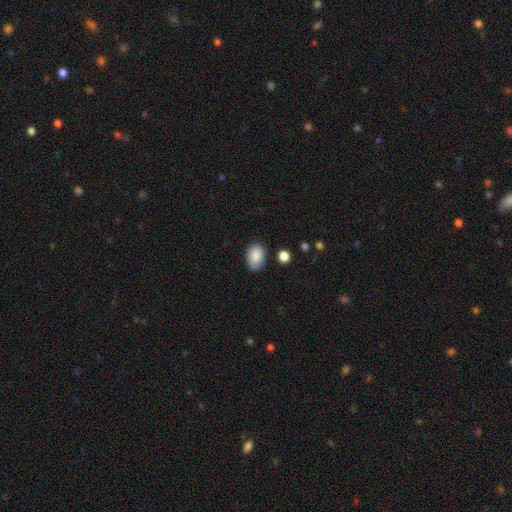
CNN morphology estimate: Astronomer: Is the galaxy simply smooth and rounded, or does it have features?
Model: smooth — 87%.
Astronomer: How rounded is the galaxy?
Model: in between — 84%.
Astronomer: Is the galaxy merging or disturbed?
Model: none — 74%.